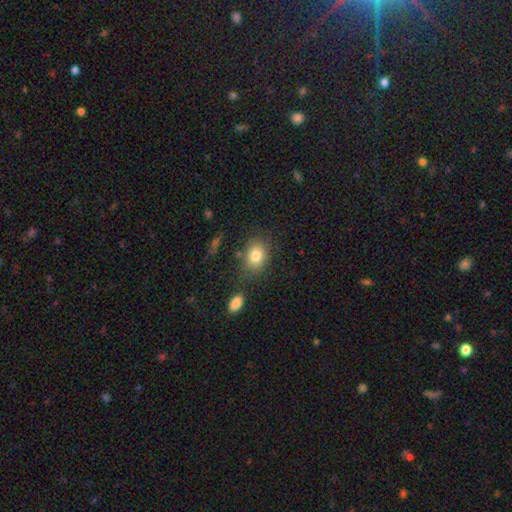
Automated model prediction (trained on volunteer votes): Smooth or featured: smooth — 81% (featured or disk — 10%)
How rounded: in between — 65% (round — 33%)
Merging: none — 72% (minor disturbance — 15%)